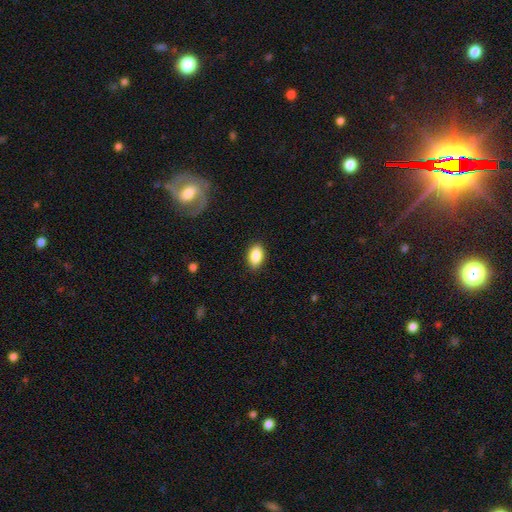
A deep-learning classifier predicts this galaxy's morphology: smooth-or-featured: smooth: 88% | star or artifact: 7% | featured or disk: 5%
  how-rounded: in between: 91% | round: 6% | cigar-shaped: 3%
  merging: none: 87% | minor disturbance: 10% | major disturbance: 2% | merger: 1%